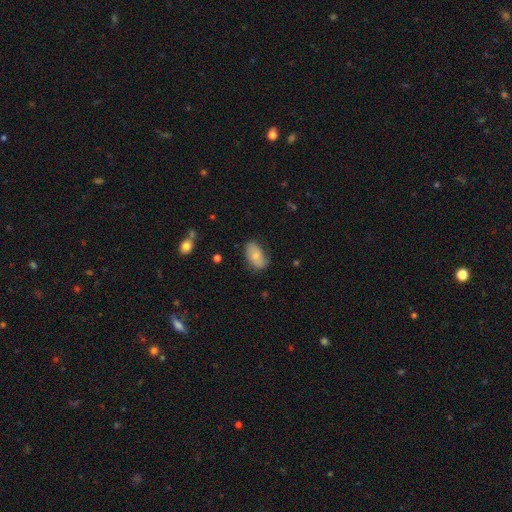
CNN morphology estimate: Smooth or featured: smooth — 72% (featured or disk — 21%)
How rounded: in between — 93% (round — 5%)
Merging: none — 71% (minor disturbance — 23%)